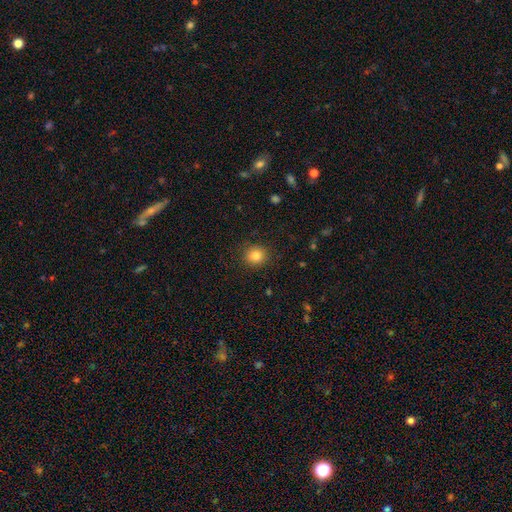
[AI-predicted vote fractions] Overall: smooth (83%). How rounded: round (87%). Merging: none (89%).